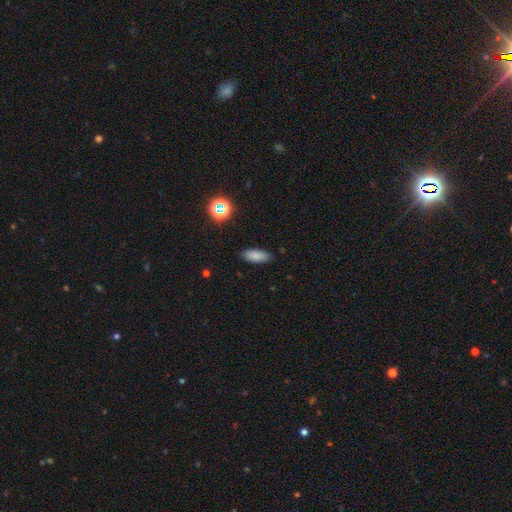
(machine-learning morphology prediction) Q: Smooth or featured?
A: smooth (82%); runner-up: star or artifact (11%)
Q: How rounded?
A: in between (80%); runner-up: cigar-shaped (17%)
Q: Merging?
A: none (87%); runner-up: minor disturbance (10%)